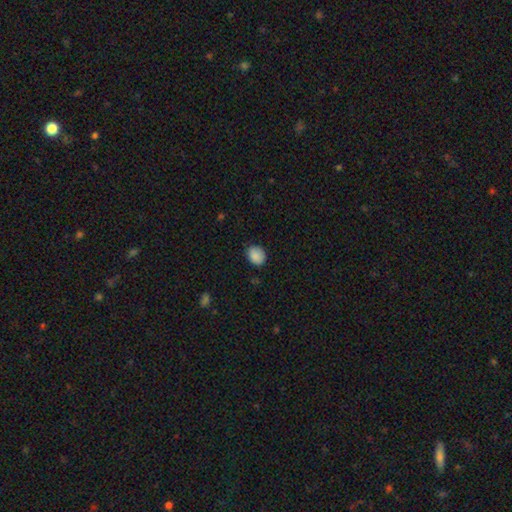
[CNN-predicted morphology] This appears to be a smooth galaxy with no disk features (88%) that is round (53%). Merging: none (79%).